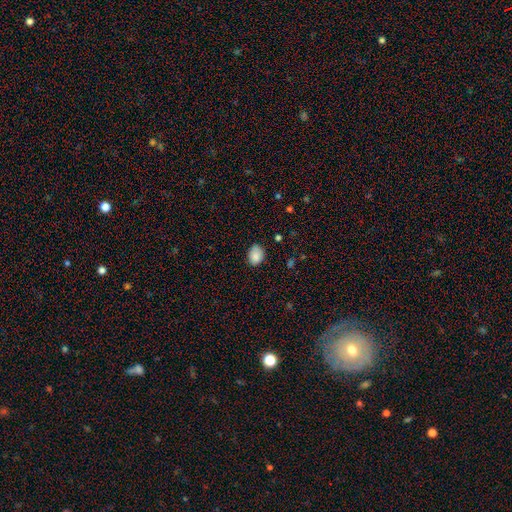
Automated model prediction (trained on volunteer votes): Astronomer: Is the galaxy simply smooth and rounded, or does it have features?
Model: smooth — 86%.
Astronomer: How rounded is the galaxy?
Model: in between — 63%.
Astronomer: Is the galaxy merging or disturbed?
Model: none — 72%.